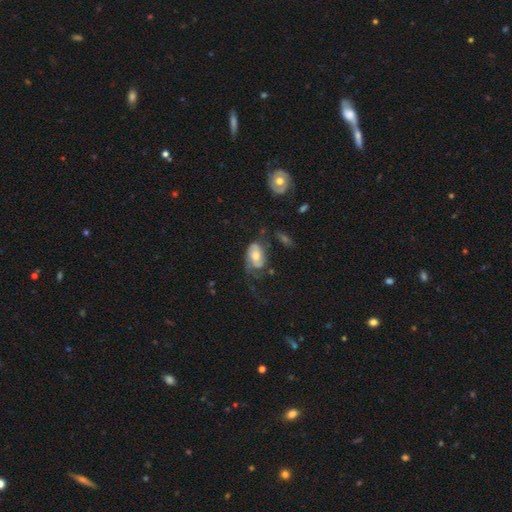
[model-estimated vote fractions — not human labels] Smooth or featured: featured or disk — 58% (smooth — 35%)
Edge-on disk: no — 94% (yes — 6%)
Bar: no — 66% (weak — 26%)
Spiral arms: yes — 76% (no — 24%)
Bulge size: moderate — 63% (small — 23%)
Merging: major disturbance — 39% (none — 33%)